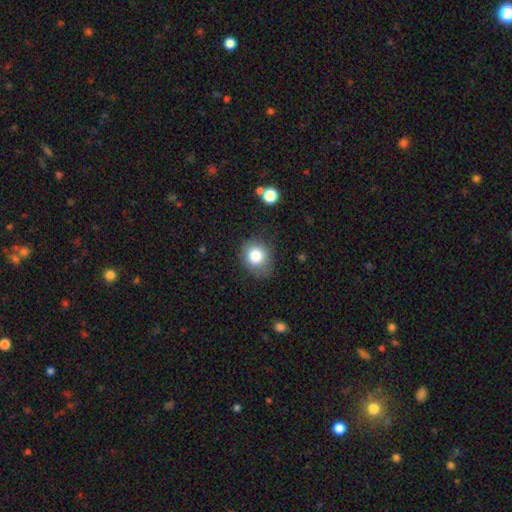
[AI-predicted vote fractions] smooth-or-featured: smooth: 81% | star or artifact: 10% | featured or disk: 9%
  how-rounded: round: 68% | in between: 31% | cigar-shaped: 1%
  merging: none: 71% | minor disturbance: 21% | major disturbance: 6% | merger: 2%